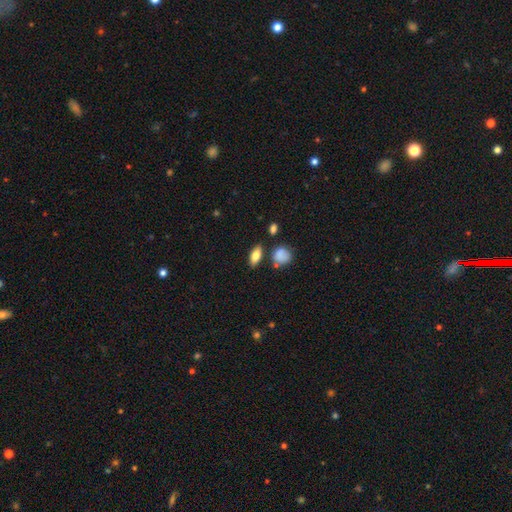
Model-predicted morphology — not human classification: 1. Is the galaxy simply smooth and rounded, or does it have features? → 74% smooth, 19% featured or disk, 8% star or artifact.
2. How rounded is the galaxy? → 80% in between, 13% cigar-shaped, 6% round.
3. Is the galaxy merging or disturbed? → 80% none, 12% minor disturbance, 6% merger, 3% major disturbance.